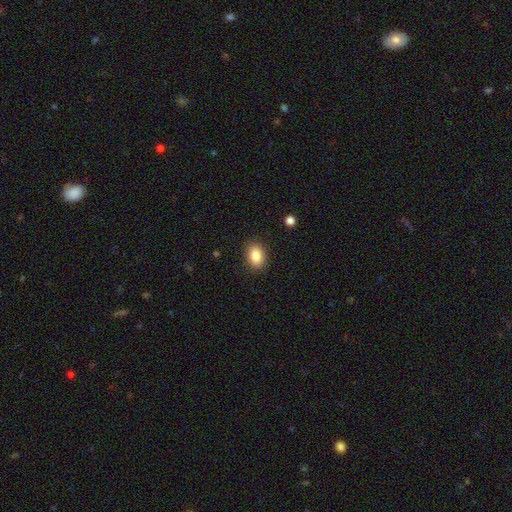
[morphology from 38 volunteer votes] Volunteers were most divided on "how rounded": in between: 81%, round: 19%, cigar-shaped: 0%. More confident: merging — none (97%); smooth or featured — smooth (84%).